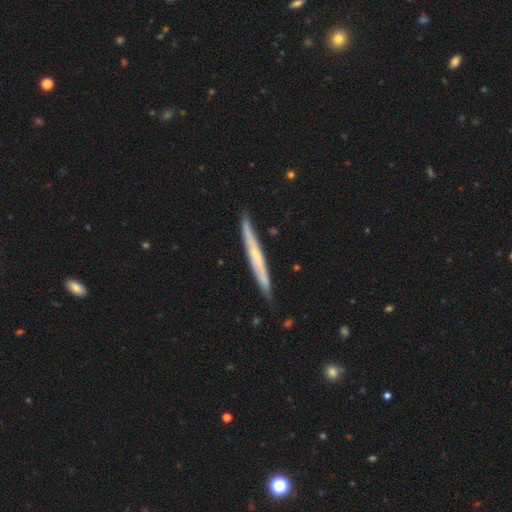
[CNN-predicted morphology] This appears to be a featured or disk galaxy (53%) viewed edge-on (95%) with no central bulge (71%). Merging: none (87%).